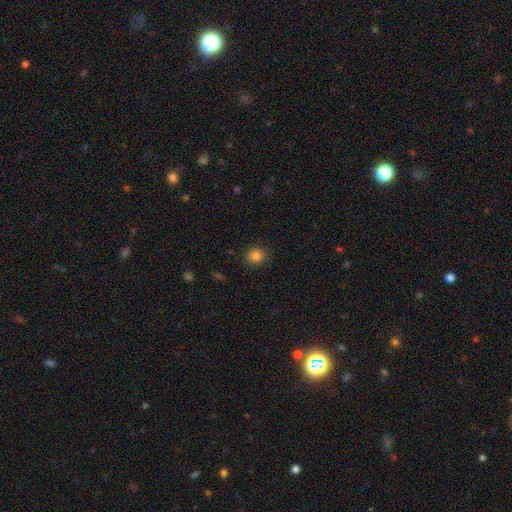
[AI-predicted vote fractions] Overall: smooth (83%). How rounded: round (86%). Merging: none (89%).